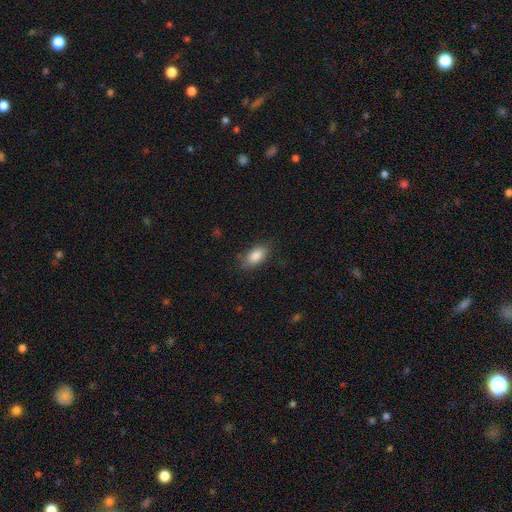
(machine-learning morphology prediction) This appears to be a smooth galaxy with no disk features (87%) that is in between round and cigar-shaped (91%). Merging: none (80%).